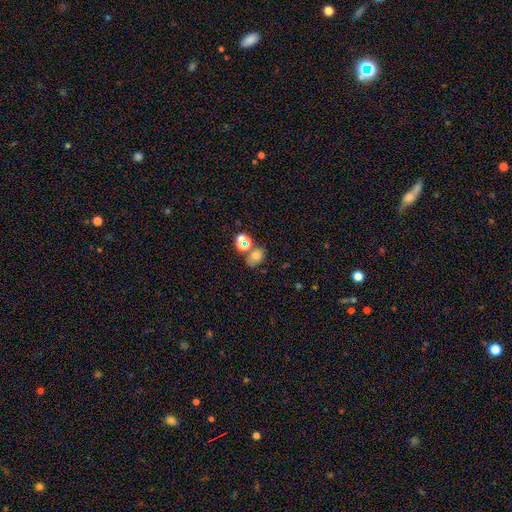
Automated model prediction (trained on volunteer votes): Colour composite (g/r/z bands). It shows a smooth galaxy with no disk features (65%) that is in between round and cigar-shaped (69%). Merging: none (57%).